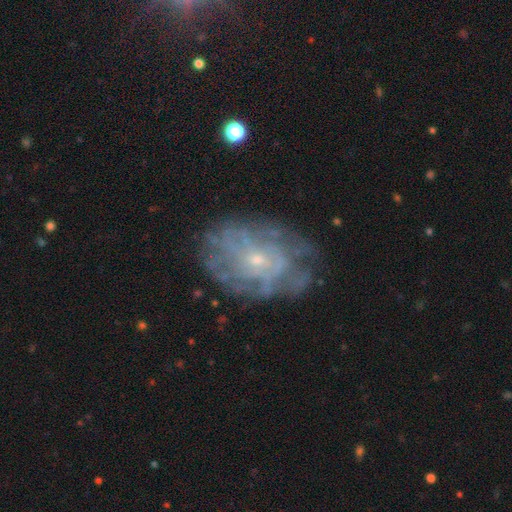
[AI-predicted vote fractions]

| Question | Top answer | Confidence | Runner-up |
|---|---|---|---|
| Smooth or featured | featured or disk | 74% | smooth (16%) |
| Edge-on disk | no | 96% | yes (4%) |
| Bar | no | 77% | weak (19%) |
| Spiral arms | yes | 71% | no (29%) |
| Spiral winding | tight | 62% | medium (26%) |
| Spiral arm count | can't tell | 63% | more than 4 (9%) |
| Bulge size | small | 77% | moderate (17%) |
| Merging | none | 70% | minor disturbance (18%) |